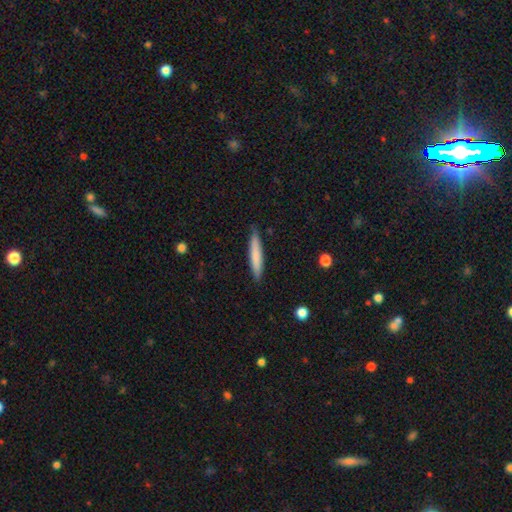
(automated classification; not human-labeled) Overall: smooth (75%). How rounded: cigar-shaped (93%). Merging: none (87%).